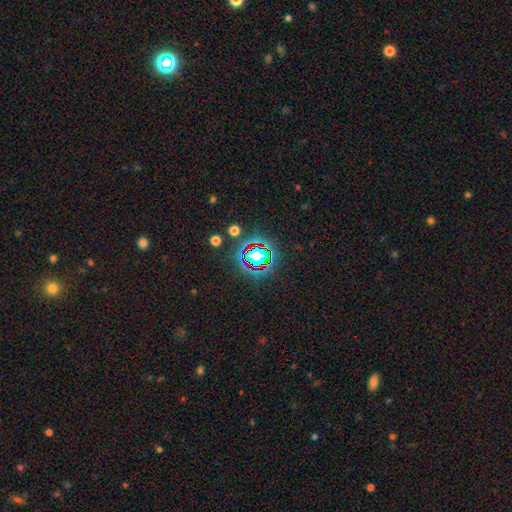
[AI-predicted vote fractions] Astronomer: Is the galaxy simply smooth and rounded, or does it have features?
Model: star or artifact — 64%.